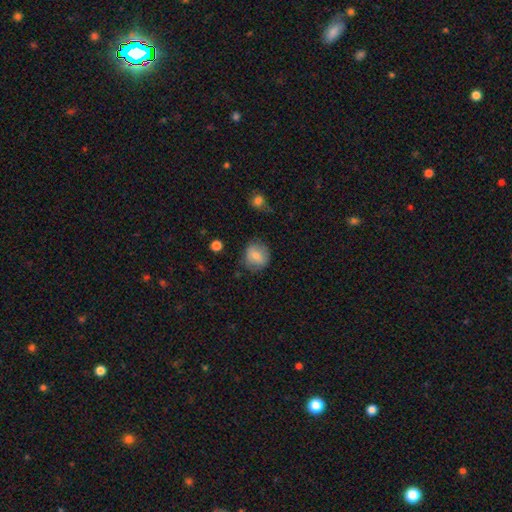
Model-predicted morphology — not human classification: This is likely a smooth galaxy (75%). How rounded: likely round (80%). Merging: likely none (77%).